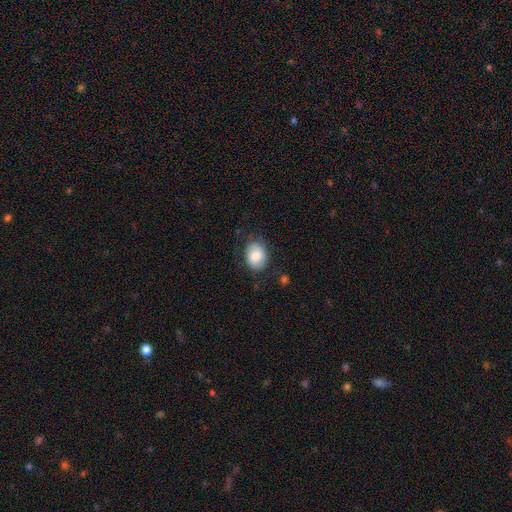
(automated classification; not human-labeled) Smooth or featured? smooth (80%)
How rounded? in between (60%)
Merging? none (76%)